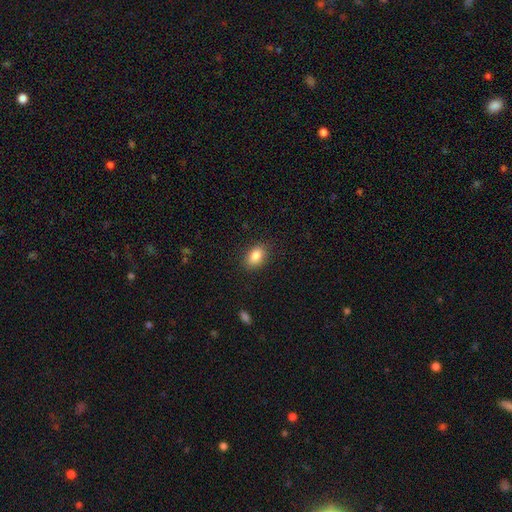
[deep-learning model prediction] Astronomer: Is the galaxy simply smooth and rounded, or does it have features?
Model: smooth — 85%.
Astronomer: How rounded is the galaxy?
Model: in between — 83%.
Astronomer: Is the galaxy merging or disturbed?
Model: none — 87%.